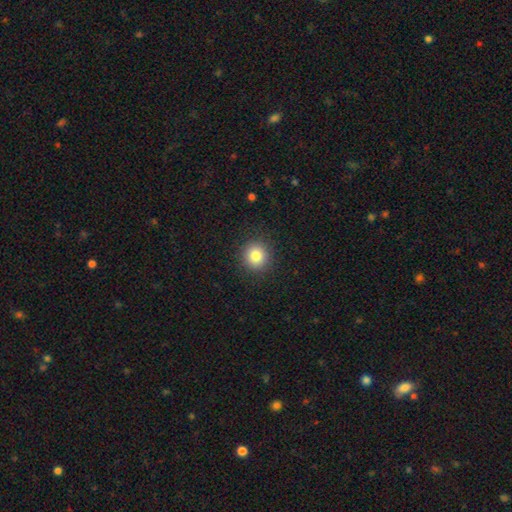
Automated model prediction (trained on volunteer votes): Q: Smooth or featured?
A: smooth (82%); runner-up: star or artifact (11%)
Q: How rounded?
A: round (89%); runner-up: in between (10%)
Q: Merging?
A: none (91%); runner-up: minor disturbance (6%)